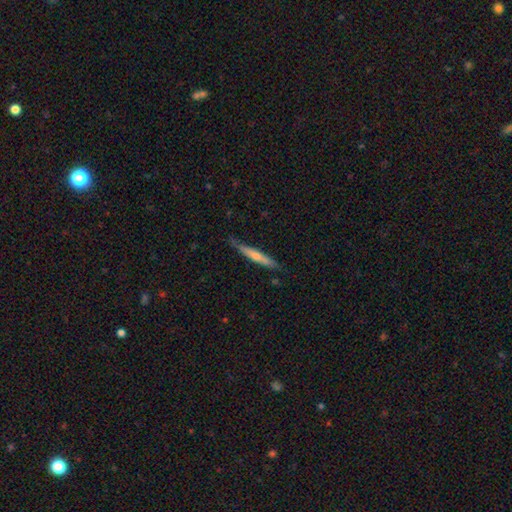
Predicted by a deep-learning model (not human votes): featured or disk 47% (tied), smooth 47% (tied), star or artifact 6%. Down the decision tree: merging — none (79%).